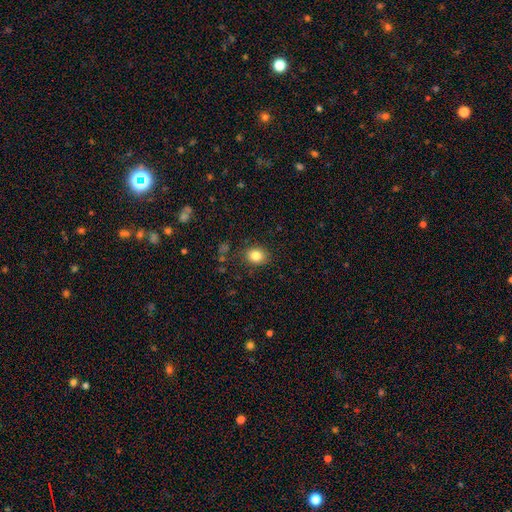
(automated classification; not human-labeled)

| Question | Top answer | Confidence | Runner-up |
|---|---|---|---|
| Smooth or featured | smooth | 83% | star or artifact (10%) |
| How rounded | round | 61% | in between (38%) |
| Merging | none | 86% | minor disturbance (10%) |